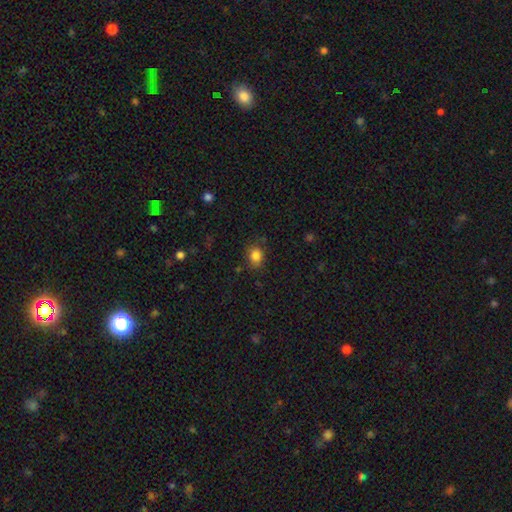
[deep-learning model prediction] This appears to be a smooth galaxy with no disk features (84%) that is round (52%). Merging: none (79%).